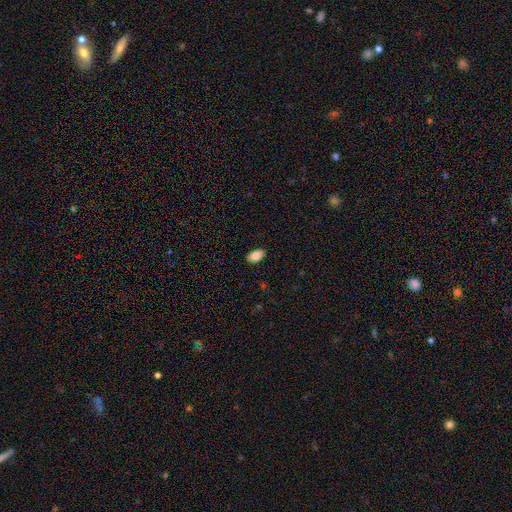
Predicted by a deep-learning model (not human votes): Overall: smooth (86%). How rounded: in between (92%). Merging: none (89%).